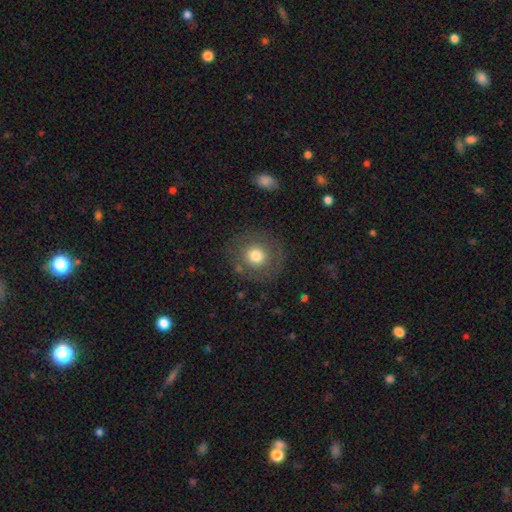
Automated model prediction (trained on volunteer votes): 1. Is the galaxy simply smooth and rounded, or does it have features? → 71% smooth, 19% featured or disk, 10% star or artifact.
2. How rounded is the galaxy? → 91% round, 8% in between, 1% cigar-shaped.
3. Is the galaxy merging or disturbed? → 83% none, 10% minor disturbance, 5% major disturbance, 2% merger.